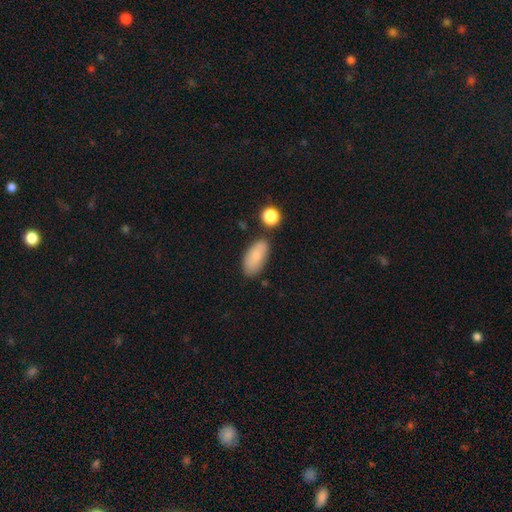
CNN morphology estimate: The model was most divided on "merging": none: 73%, minor disturbance: 17%, merger: 6%, major disturbance: 4%. More confident: how rounded — in between (92%); smooth or featured — smooth (81%).